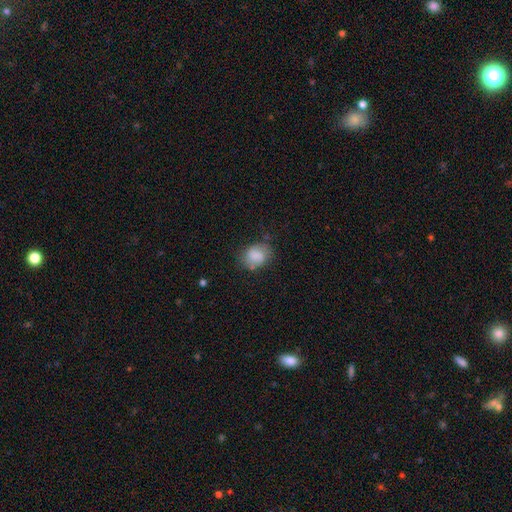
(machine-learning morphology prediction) A smooth galaxy with no disk features (74%) that is in between round and cigar-shaped (50%).

Vote fractions:
- Smooth or featured? smooth: 74% / featured or disk: 18% / star or artifact: 8%
- How rounded? in between: 50% / round: 49% / cigar-shaped: 1%
- Merging? none: 63% / minor disturbance: 25% / major disturbance: 9% / merger: 3%